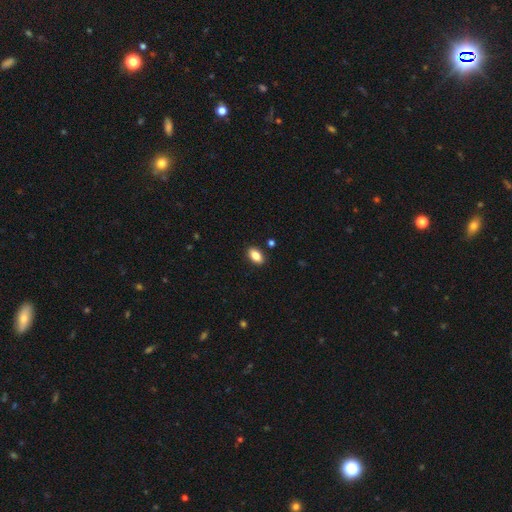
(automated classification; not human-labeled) Overall: smooth (84%). How rounded: in between (90%). Merging: none (88%).